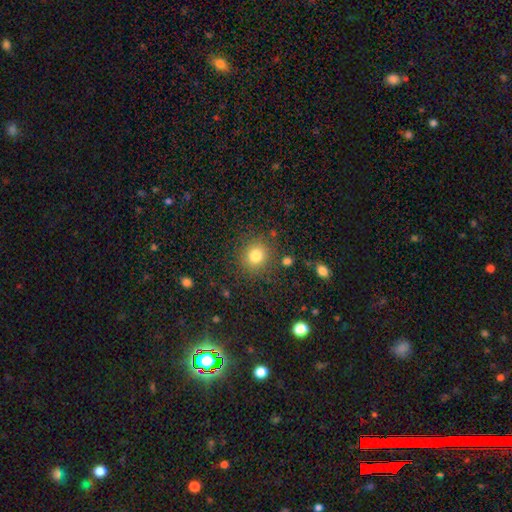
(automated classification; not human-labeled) A smooth galaxy with no disk features (81%) that is round (85%). Merging: none (85%).